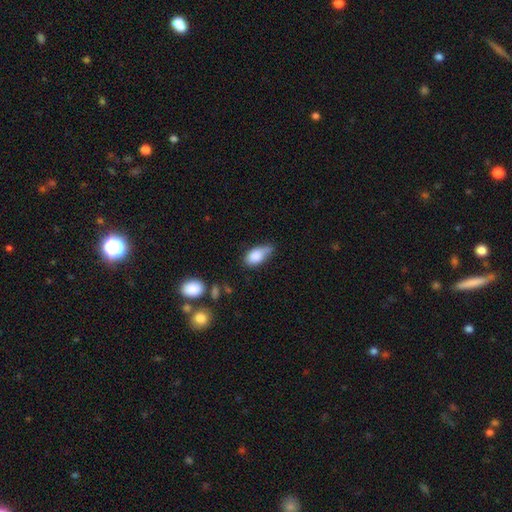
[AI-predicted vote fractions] This appears to be a smooth galaxy with no disk features (80%) that is in between round and cigar-shaped (87%). Merging: minor disturbance (44%).